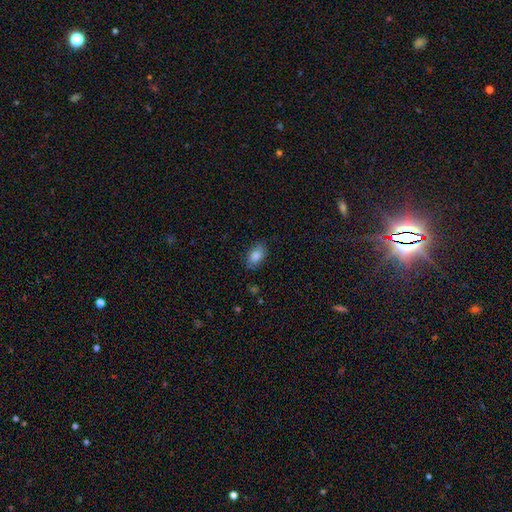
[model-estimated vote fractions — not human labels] A smooth galaxy with no disk features (83%) that is in between round and cigar-shaped (89%).

Vote fractions:
- Smooth or featured? smooth: 83% / featured or disk: 10% / star or artifact: 8%
- How rounded? in between: 89% / round: 10% / cigar-shaped: 2%
- Merging? none: 81% / minor disturbance: 15% / major disturbance: 3% / merger: 1%